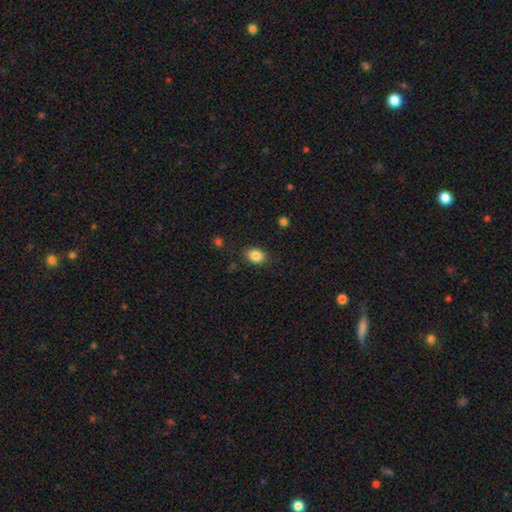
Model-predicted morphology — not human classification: Smooth or featured? Predicted: smooth (p=0.85). How rounded? Predicted: in between (p=0.74). Merging? Predicted: none (p=0.84).